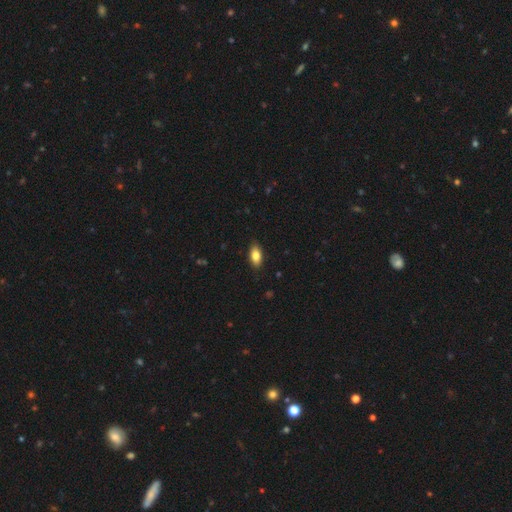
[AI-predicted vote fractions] Q: Smooth or featured?
A: smooth (82%); runner-up: featured or disk (10%)
Q: How rounded?
A: in between (90%); runner-up: cigar-shaped (6%)
Q: Merging?
A: none (87%); runner-up: minor disturbance (10%)